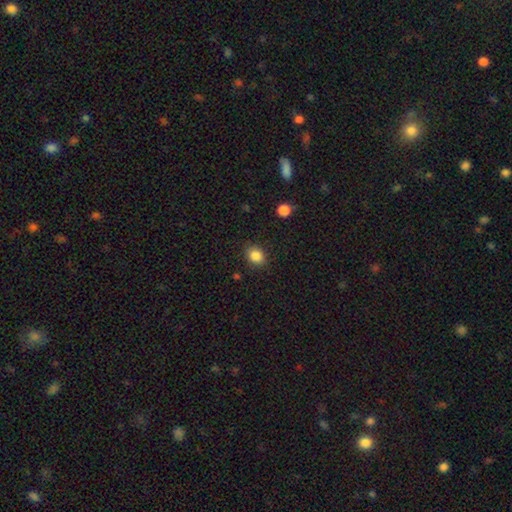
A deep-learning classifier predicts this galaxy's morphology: smooth 86%, star or artifact 10%, featured or disk 4%. Down the decision tree: how rounded — round (50%); merging — none (85%).